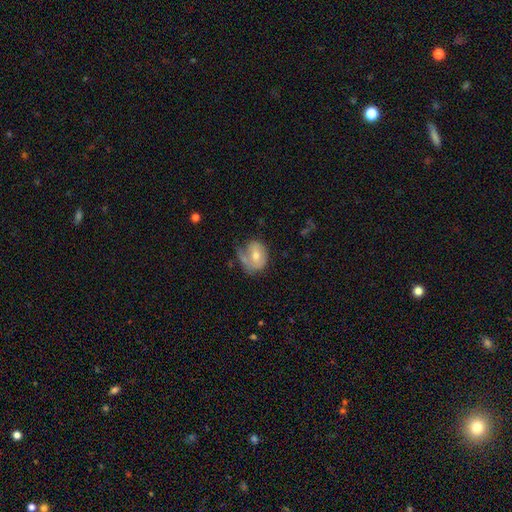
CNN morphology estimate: This appears to be a featured or disk galaxy (47%). Merging: none (41%).